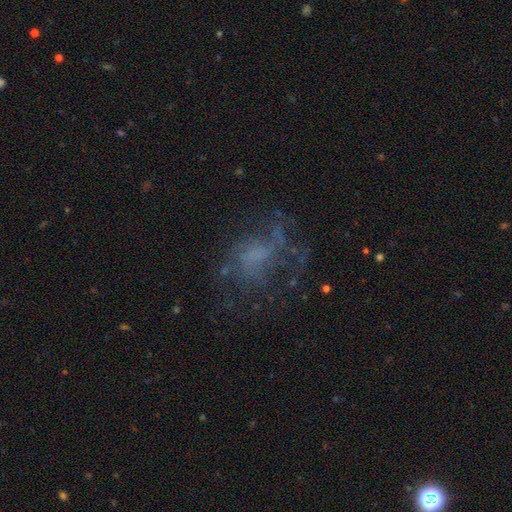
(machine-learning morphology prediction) Smooth or featured: featured or disk — 52% (smooth — 26%)
Edge-on disk: no — 97% (yes — 3%)
Bar: no — 74% (weak — 21%)
Spiral arms: no — 52% (yes — 48%)
Bulge size: none — 58% (small — 19%)
Merging: none — 46% (major disturbance — 34%)